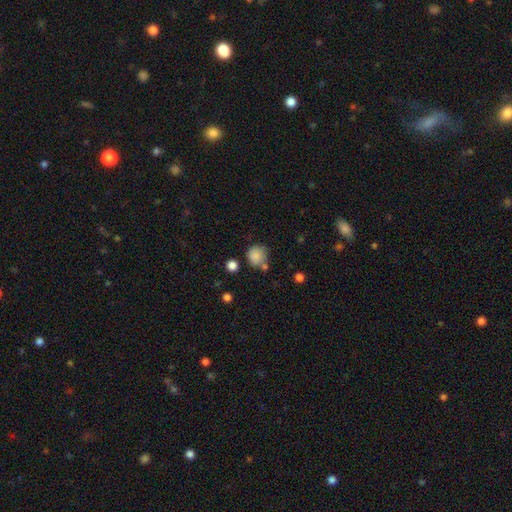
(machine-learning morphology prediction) A smooth galaxy with no disk features (84%) that is round (85%). Merging: none (60%).